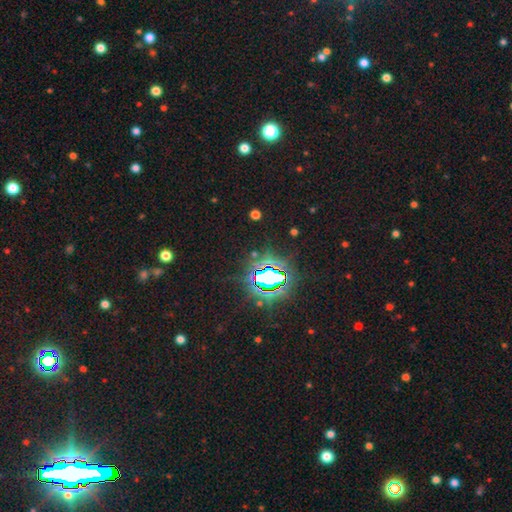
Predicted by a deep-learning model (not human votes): A star or artifact, not a galaxy (80%).